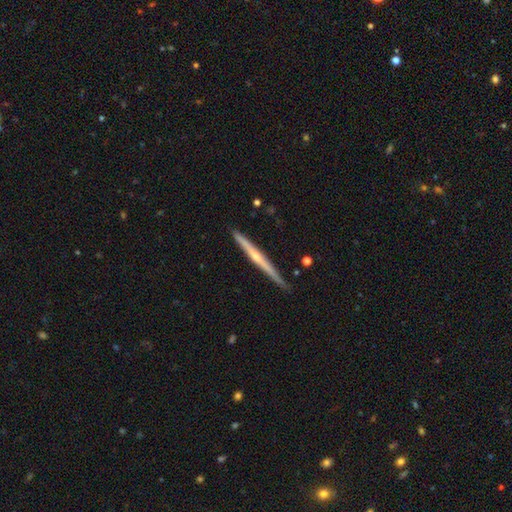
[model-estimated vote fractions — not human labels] A featured or disk galaxy (71%) viewed edge-on (98%) with a rounded central bulge (63%).

Vote fractions:
- Smooth or featured? featured or disk: 71% / smooth: 23% / star or artifact: 5%
- Edge-on disk? yes: 98% / no: 2%
- Edge-on bulge? rounded: 63% / none: 33% / boxy: 4%
- Merging? none: 88% / minor disturbance: 9% / major disturbance: 1% / merger: 1%